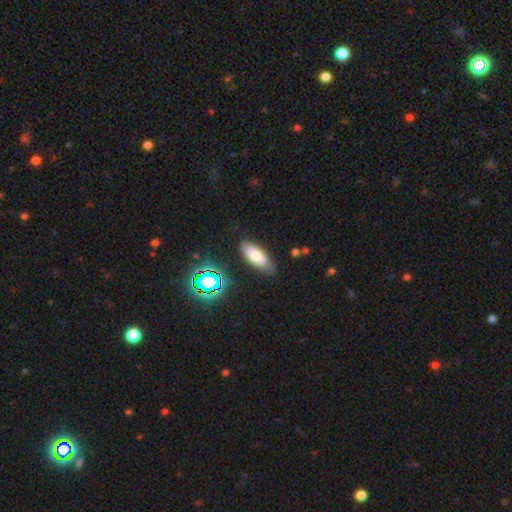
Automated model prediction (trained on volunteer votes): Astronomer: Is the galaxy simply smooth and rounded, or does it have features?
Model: smooth — 67%.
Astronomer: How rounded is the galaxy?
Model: in between — 79%.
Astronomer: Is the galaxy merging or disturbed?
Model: none — 78%.